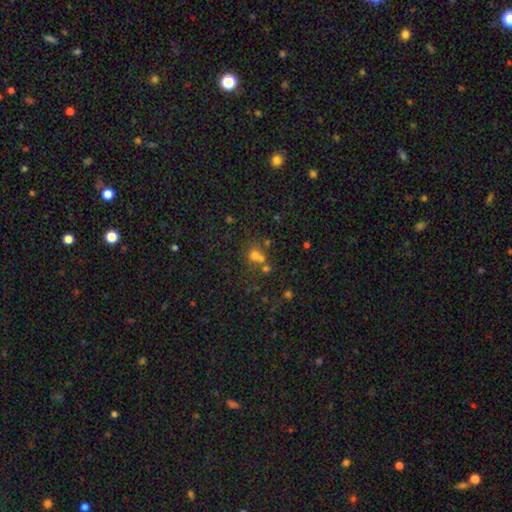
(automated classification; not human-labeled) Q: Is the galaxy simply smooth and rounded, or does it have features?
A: smooth — 60%.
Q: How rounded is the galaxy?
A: round — 81%.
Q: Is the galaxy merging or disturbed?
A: none — 48%.